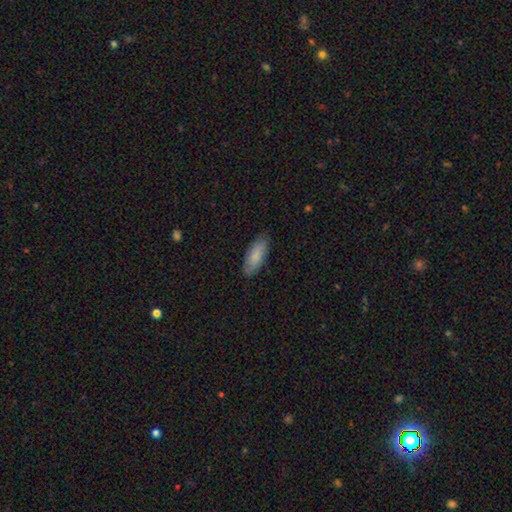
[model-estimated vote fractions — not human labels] Overall: smooth (82%). How rounded: in between (78%). Merging: none (82%).